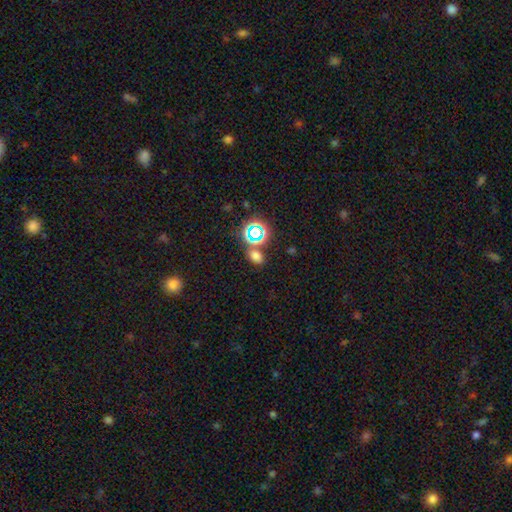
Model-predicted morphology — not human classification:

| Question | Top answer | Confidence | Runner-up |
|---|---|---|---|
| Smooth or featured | smooth | 64% | star or artifact (28%) |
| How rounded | in between | 68% | round (30%) |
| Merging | none | 71% | merger (15%) |